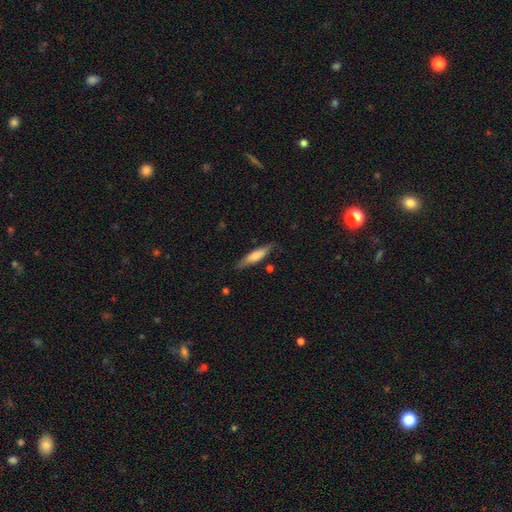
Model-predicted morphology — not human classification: The model was most divided on "smooth or featured": smooth: 67%, featured or disk: 27%, star or artifact: 6%. More confident: merging — none (81%); how rounded — cigar-shaped (76%).